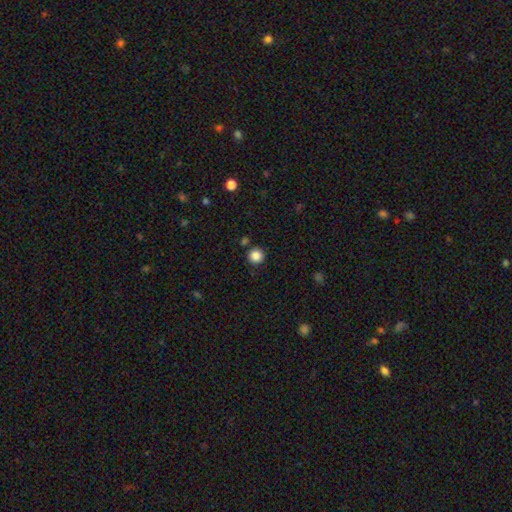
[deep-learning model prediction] Q: Smooth or featured?
A: smooth (85%); runner-up: star or artifact (11%)
Q: How rounded?
A: round (95%); runner-up: in between (4%)
Q: Merging?
A: none (88%); runner-up: minor disturbance (6%)